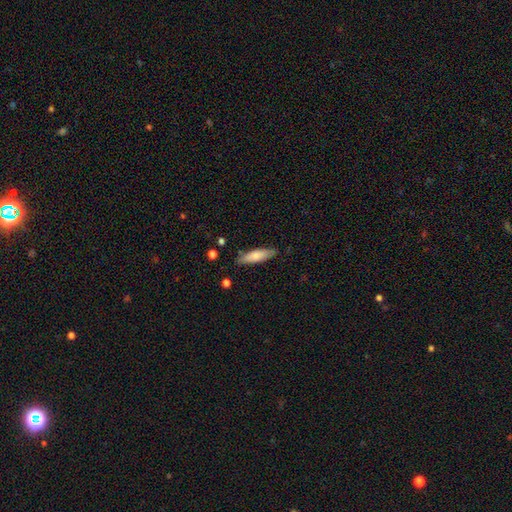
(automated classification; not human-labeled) Smooth or featured? Predicted: smooth (p=0.76). How rounded? Predicted: cigar-shaped (p=0.61). Merging? Predicted: none (p=0.83).